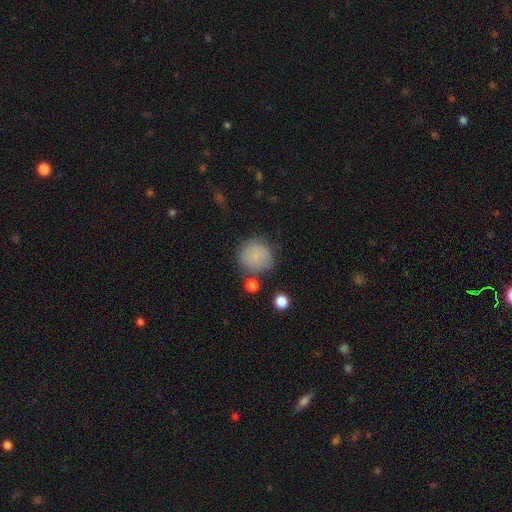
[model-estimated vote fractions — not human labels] This appears to be a smooth galaxy with no disk features (80%) that is round (91%). Merging: none (74%).